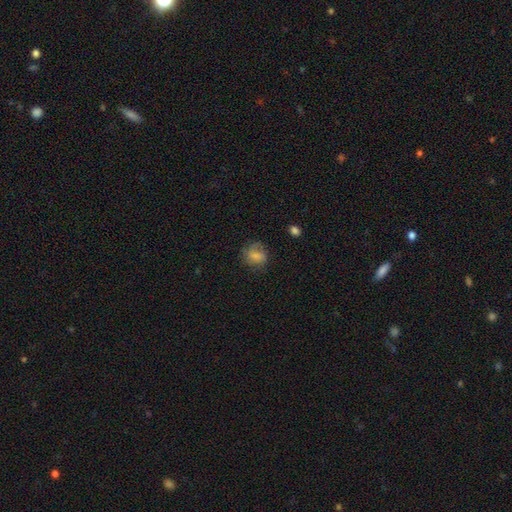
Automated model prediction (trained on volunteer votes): smooth-or-featured: smooth: 74% | featured or disk: 15% | star or artifact: 10%
  how-rounded: round: 57% | in between: 42% | cigar-shaped: 1%
  merging: none: 60% | minor disturbance: 24% | major disturbance: 14% | merger: 2%